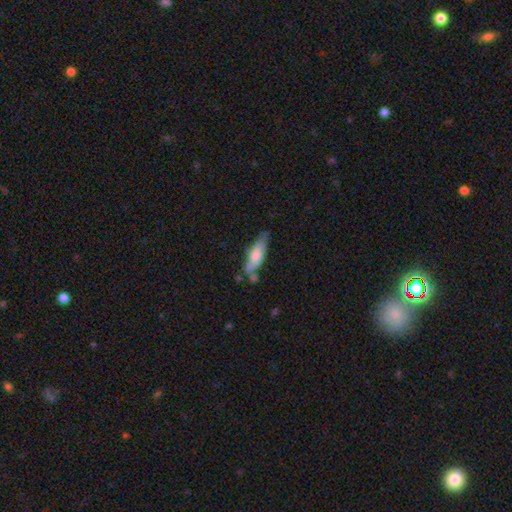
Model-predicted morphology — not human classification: Smooth or featured: smooth — 63% (featured or disk — 31%)
How rounded: in between — 49% (tied with cigar-shaped — 49%)
Merging: none — 52% (minor disturbance — 29%)